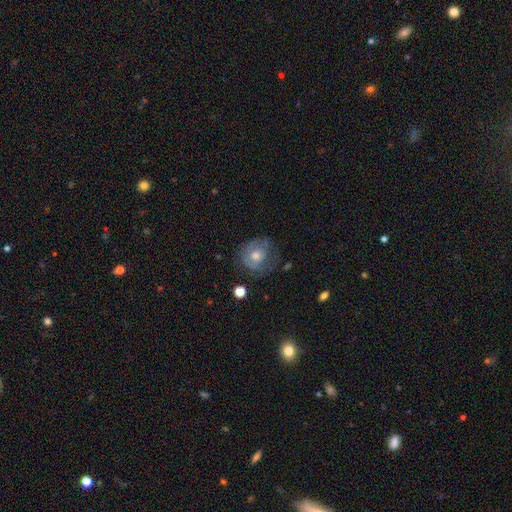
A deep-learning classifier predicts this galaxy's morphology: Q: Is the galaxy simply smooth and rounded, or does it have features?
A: featured or disk — 49%.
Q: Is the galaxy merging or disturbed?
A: none — 64%.